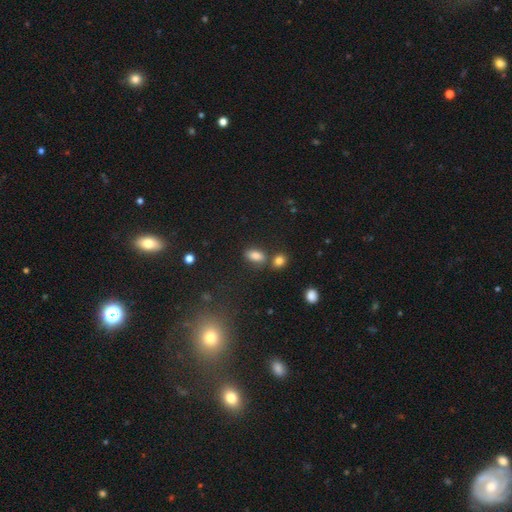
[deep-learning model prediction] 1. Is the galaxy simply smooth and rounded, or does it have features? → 80% smooth, 13% star or artifact, 7% featured or disk.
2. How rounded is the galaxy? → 86% in between, 8% round, 6% cigar-shaped.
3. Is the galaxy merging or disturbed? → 68% none, 17% merger, 12% minor disturbance, 4% major disturbance.